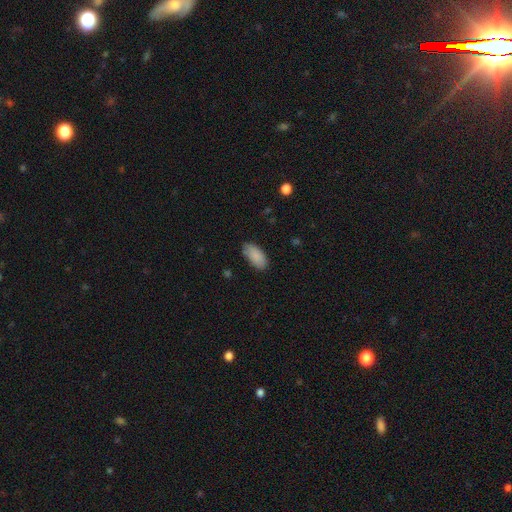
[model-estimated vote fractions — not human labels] Smooth or featured?
  - smooth: 88% *
  - star or artifact: 7%
  - featured or disk: 5%
How rounded?
  - in between: 93% *
  - cigar-shaped: 5%
  - round: 2%
Merging?
  - none: 77% *
  - minor disturbance: 18%
  - major disturbance: 3%
  - merger: 2%